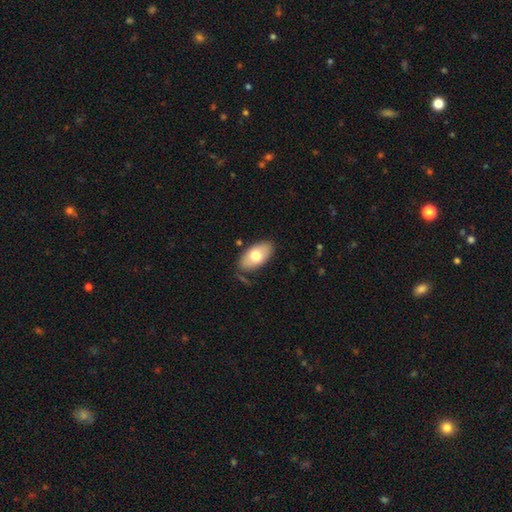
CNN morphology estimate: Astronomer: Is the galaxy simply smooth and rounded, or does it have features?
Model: smooth — 72%.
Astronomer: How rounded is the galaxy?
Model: in between — 94%.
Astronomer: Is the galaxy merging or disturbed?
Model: none — 80%.